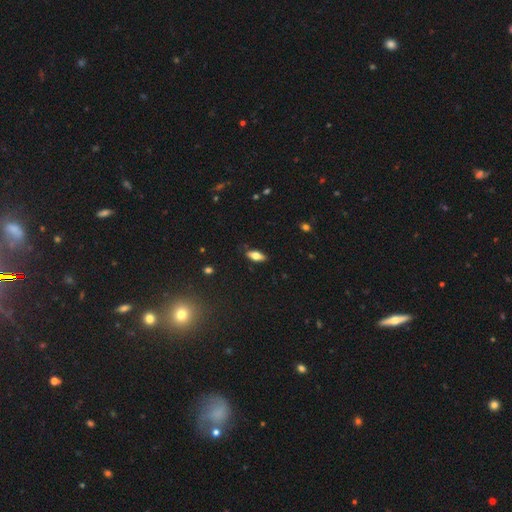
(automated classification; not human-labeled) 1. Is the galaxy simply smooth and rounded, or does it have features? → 66% smooth, 26% featured or disk, 8% star or artifact.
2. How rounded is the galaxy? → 78% in between, 19% cigar-shaped, 3% round.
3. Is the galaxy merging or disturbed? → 83% none, 13% minor disturbance, 3% major disturbance, 1% merger.